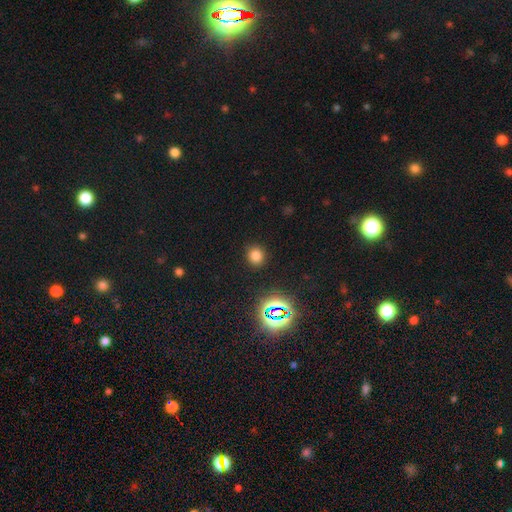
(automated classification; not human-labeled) A smooth galaxy with no disk features (75%) that is round (84%). Merging: none (89%).